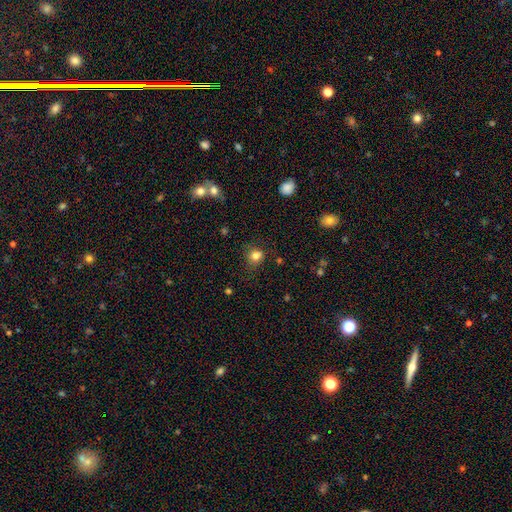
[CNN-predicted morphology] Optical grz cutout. It shows a smooth galaxy with no disk features (82%) that is round (78%). Merging: none (76%).